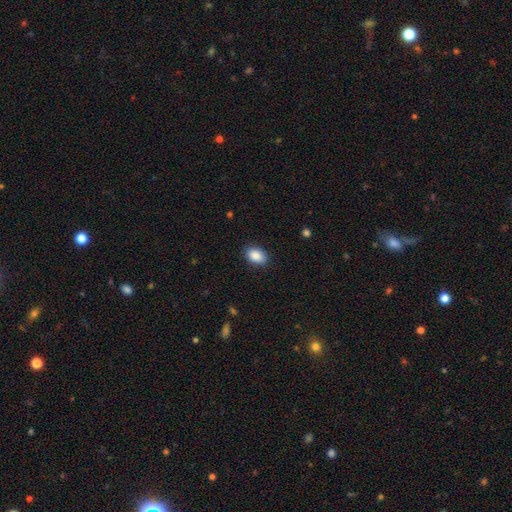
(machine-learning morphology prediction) Smooth or featured? smooth (89%)
How rounded? in between (83%)
Merging? none (88%)